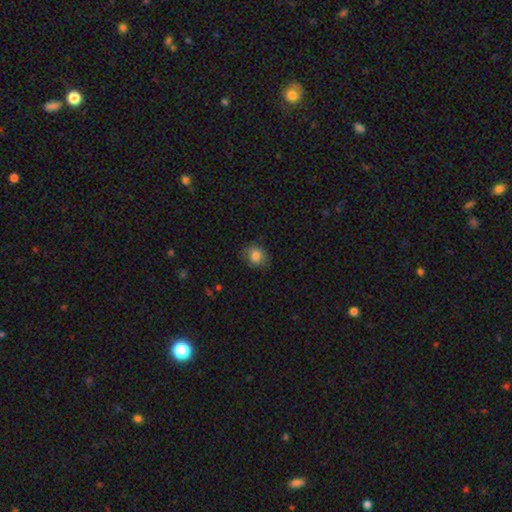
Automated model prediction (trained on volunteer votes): The model was most divided on "how rounded": round: 66%, in between: 33%, cigar-shaped: 1%. More confident: smooth or featured — smooth (80%); merging — none (73%).